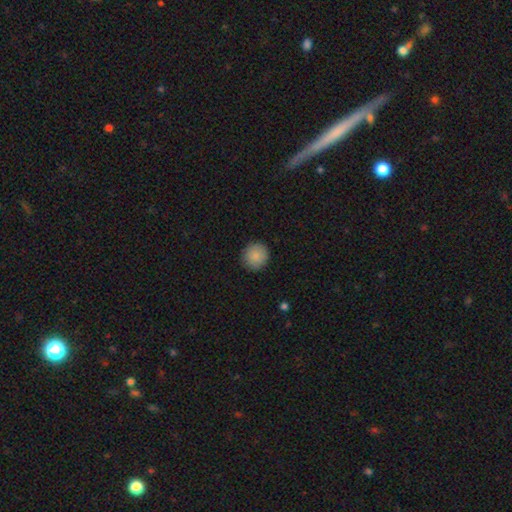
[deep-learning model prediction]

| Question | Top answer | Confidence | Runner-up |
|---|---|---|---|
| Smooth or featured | smooth | 88% | star or artifact (8%) |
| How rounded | round | 92% | in between (7%) |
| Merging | none | 91% | minor disturbance (7%) |